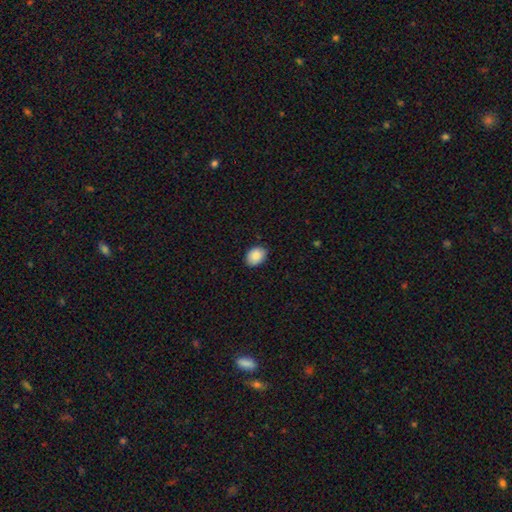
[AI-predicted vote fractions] Smooth or featured? smooth (88%)
How rounded? in between (68%)
Merging? none (85%)